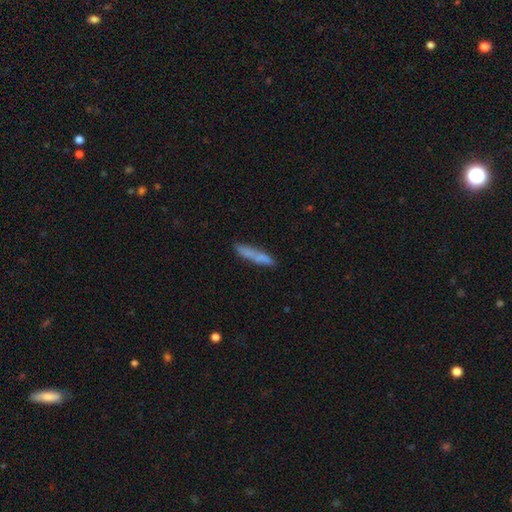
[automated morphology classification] smooth 66%, featured or disk 25%, star or artifact 8%. Down the decision tree: how rounded — cigar-shaped (89%); merging — none (70%).